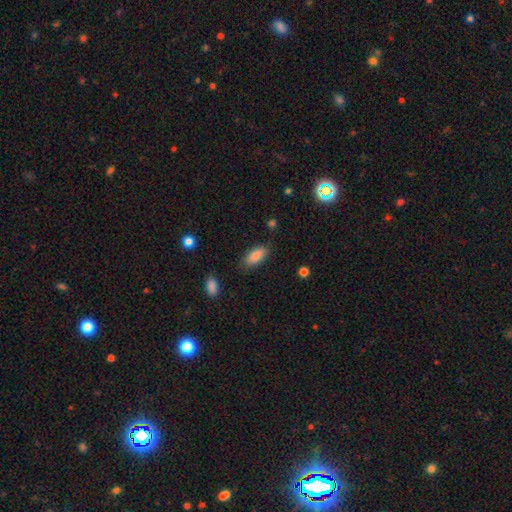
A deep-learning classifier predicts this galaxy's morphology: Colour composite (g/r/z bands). It shows a smooth galaxy with no disk features (84%) that is in between round and cigar-shaped (86%). Merging: none (78%).